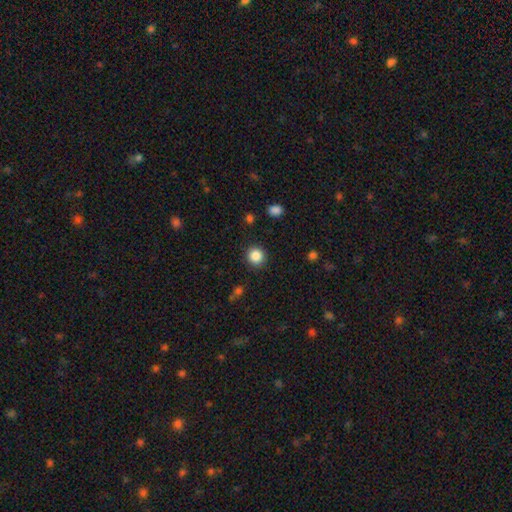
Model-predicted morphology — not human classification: smooth 86%, star or artifact 11%, featured or disk 4%. Down the decision tree: how rounded — round (93%); merging — none (90%).